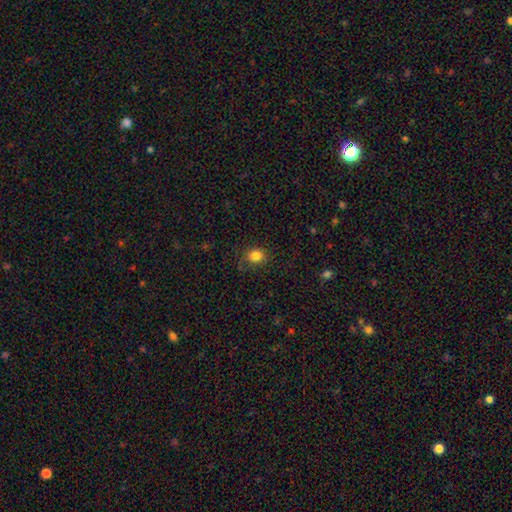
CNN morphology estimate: smooth 84%, star or artifact 11%, featured or disk 5%. Down the decision tree: how rounded — round (71%); merging — none (82%).